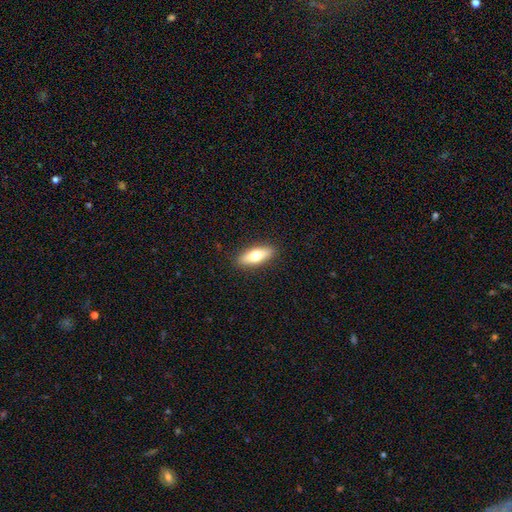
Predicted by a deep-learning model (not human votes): The model was most divided on "how rounded": in between: 65%, cigar-shaped: 32%, round: 3%. More confident: merging — none (90%); smooth or featured — smooth (65%).